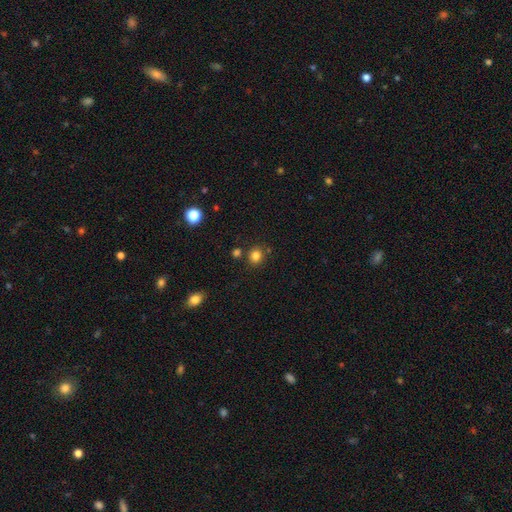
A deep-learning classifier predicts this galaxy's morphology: Smooth or featured?
  - smooth: 83% *
  - star or artifact: 13%
  - featured or disk: 5%
How rounded?
  - round: 79% *
  - in between: 20%
  - cigar-shaped: 1%
Merging?
  - none: 81% *
  - minor disturbance: 9%
  - merger: 7%
  - major disturbance: 3%